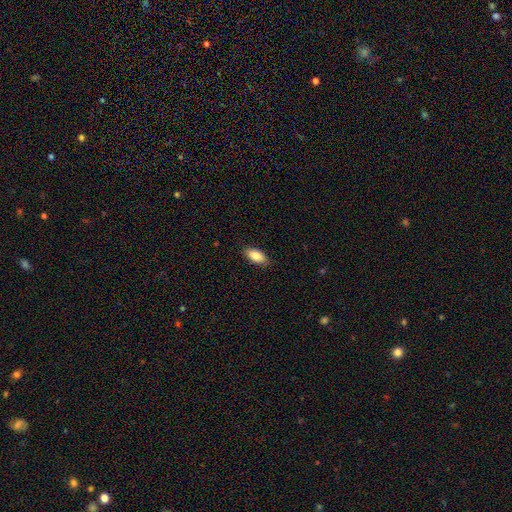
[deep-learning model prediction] smooth 85%, featured or disk 9%, star or artifact 7%. Down the decision tree: how rounded — in between (91%); merging — none (84%).